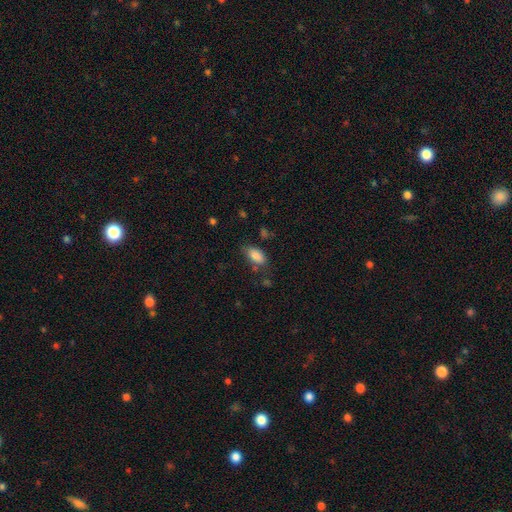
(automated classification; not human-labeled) Smooth or featured? smooth (86%)
How rounded? in between (91%)
Merging? none (64%)